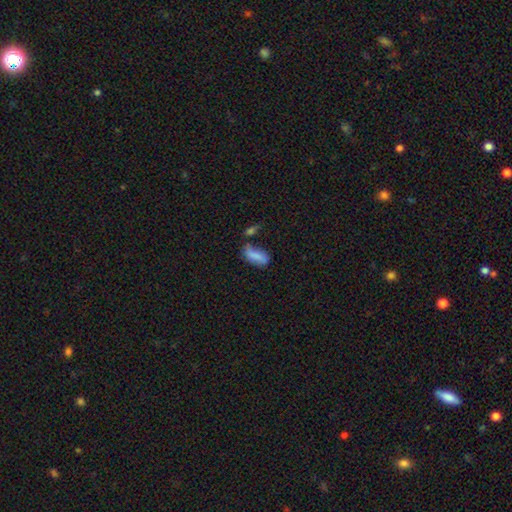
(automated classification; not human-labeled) Smooth or featured: smooth — 78% (featured or disk — 13%)
How rounded: in between — 76% (cigar-shaped — 21%)
Merging: none — 44% (minor disturbance — 24%)